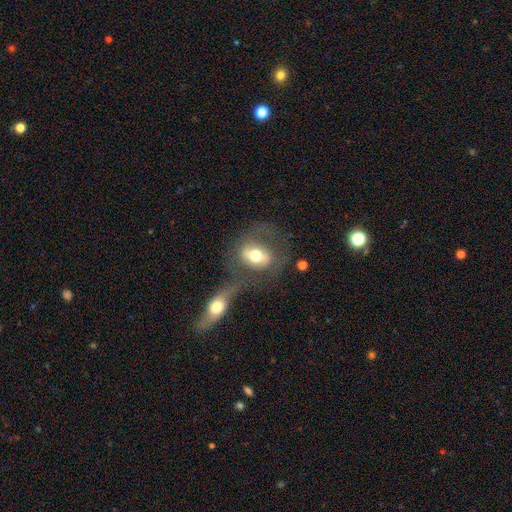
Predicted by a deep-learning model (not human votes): smooth_or_featured: smooth (p=0.51) [alt: featured or disk p=0.41]
how_rounded: in between (p=0.59) [alt: round p=0.38]
merging: none (p=0.39) [alt: merger p=0.30]